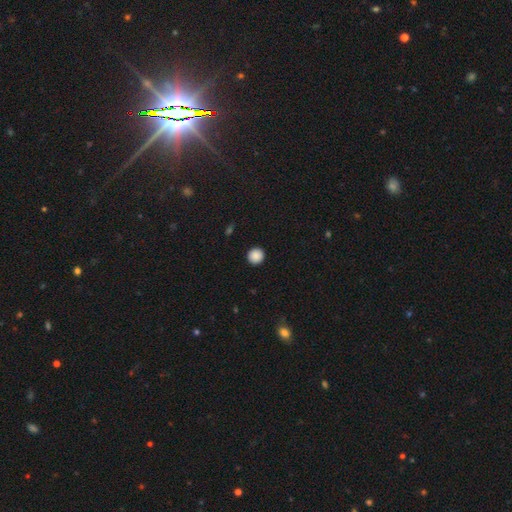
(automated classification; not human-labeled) smooth 89%, star or artifact 9%, featured or disk 2%. Down the decision tree: how rounded — round (95%); merging — none (93%).